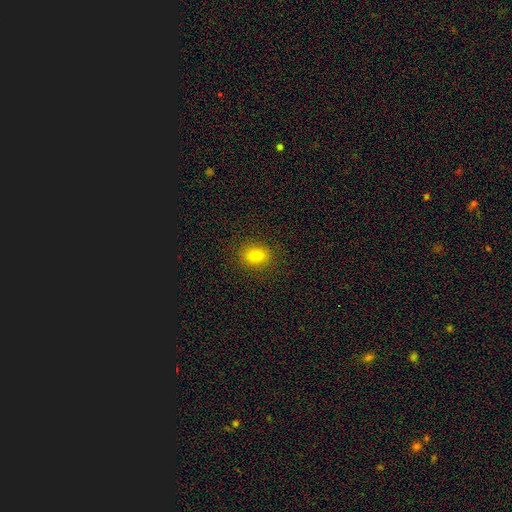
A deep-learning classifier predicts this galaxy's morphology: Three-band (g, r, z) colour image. It shows a smooth galaxy with no disk features (80%) that is round (50%). Merging: none (89%).